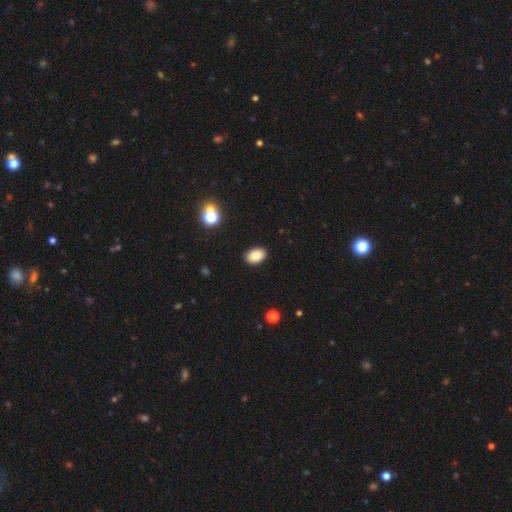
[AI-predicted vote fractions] Smooth or featured?
  - smooth: 83% *
  - star or artifact: 9%
  - featured or disk: 8%
How rounded?
  - in between: 85% *
  - round: 14%
  - cigar-shaped: 1%
Merging?
  - none: 90% *
  - minor disturbance: 7%
  - major disturbance: 2%
  - merger: 1%